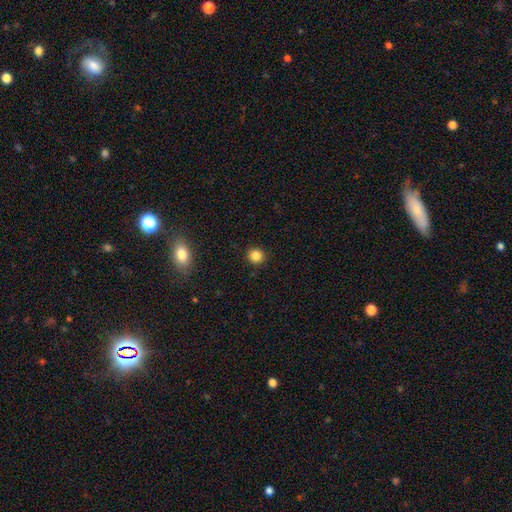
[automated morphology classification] Smooth or featured? smooth (85%)
How rounded? round (91%)
Merging? none (92%)